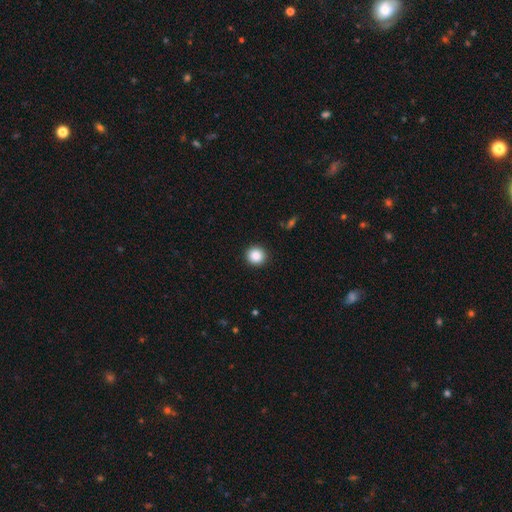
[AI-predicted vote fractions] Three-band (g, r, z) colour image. It shows a smooth galaxy with no disk features (87%) that is round (93%). Merging: none (92%).